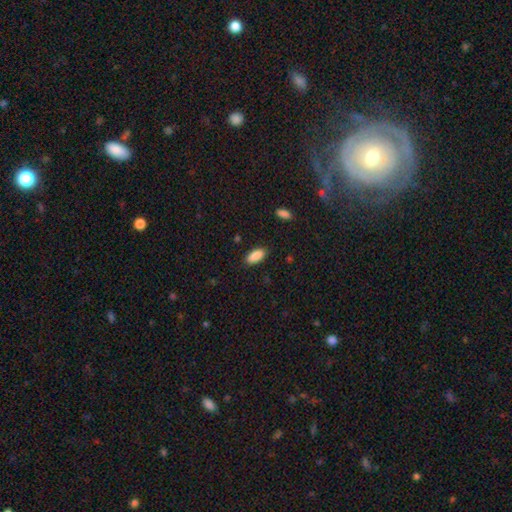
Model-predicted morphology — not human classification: This is clearly a smooth galaxy (89%). How rounded: clearly in between (85%). Merging: clearly none (87%).